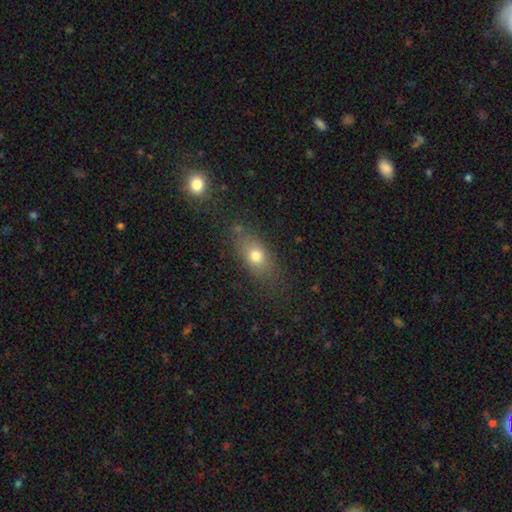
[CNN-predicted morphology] smooth_or_featured: smooth (p=0.72) [alt: featured or disk p=0.16]
how_rounded: in between (p=0.71) [alt: round p=0.17]
merging: none (p=0.74) [alt: minor disturbance p=0.16]